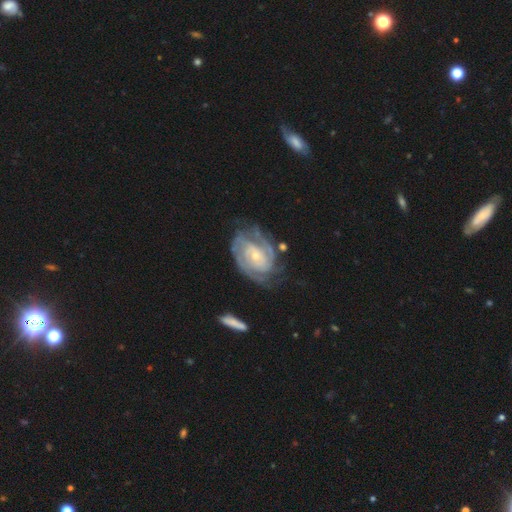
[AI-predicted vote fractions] Morphology: type=featured or disk (89%); edge-on=no (97%); bar=no (62%); spiral arms=yes (97%); winding=tight (68%); arm count=2 (44%); bulge=small (68%); merging=none (63%).